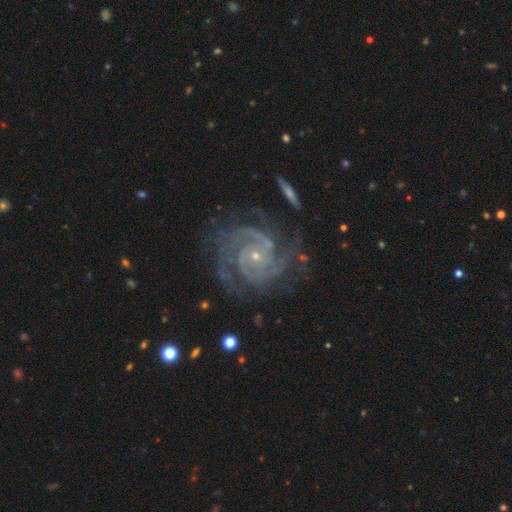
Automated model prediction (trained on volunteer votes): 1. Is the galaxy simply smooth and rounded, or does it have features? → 92% featured or disk, 5% star or artifact, 3% smooth.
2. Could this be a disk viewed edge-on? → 98% no, 2% yes.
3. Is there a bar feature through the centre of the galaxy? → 73% no, 20% weak, 7% strong.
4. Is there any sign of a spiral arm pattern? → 98% yes, 2% no.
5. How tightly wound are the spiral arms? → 69% tight, 27% medium, 4% loose.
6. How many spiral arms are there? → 42% 2, 25% 3, 11% can't tell, 10% 4, 6% more than 4, 6% 1.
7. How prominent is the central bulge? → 83% small, 13% moderate, 2% none, 1% large, 1% dominant.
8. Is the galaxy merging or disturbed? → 70% none, 18% minor disturbance, 9% major disturbance, 2% merger.